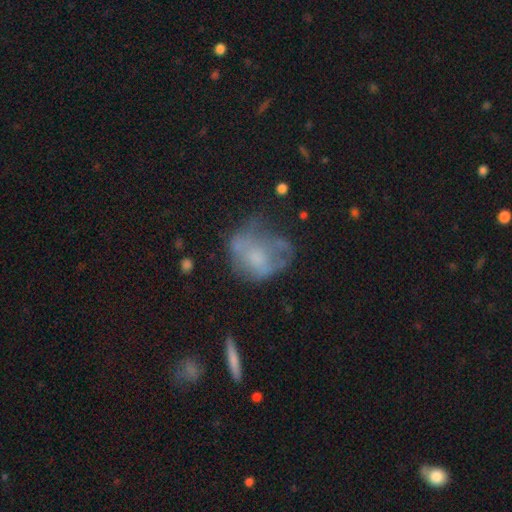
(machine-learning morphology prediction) Smooth or featured? smooth (44%)
Merging? none (37%)